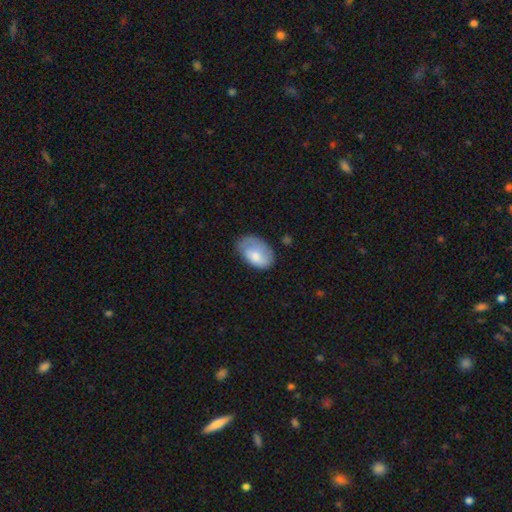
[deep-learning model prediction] A smooth galaxy with no disk features (70%) that is in between round and cigar-shaped (90%). Merging: none (51%).